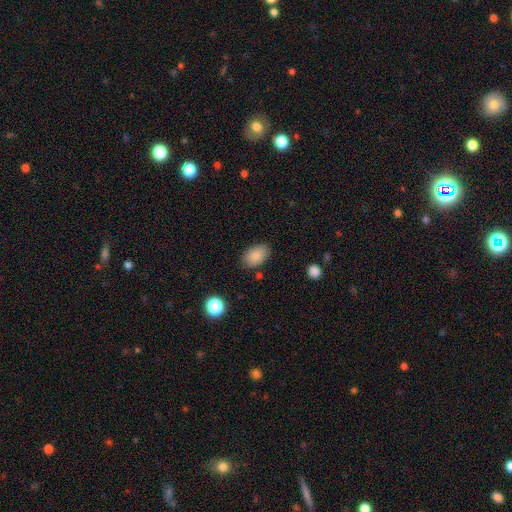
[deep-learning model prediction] Smooth or featured? Predicted: smooth (p=0.84). How rounded? Predicted: in between (p=0.90). Merging? Predicted: none (p=0.83).